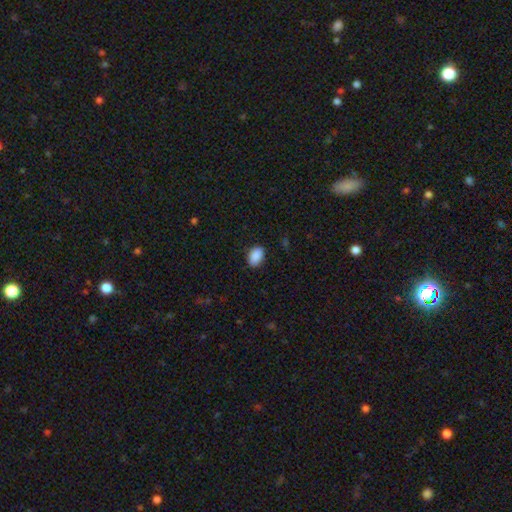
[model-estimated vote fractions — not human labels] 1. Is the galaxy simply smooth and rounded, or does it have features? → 89% smooth, 7% star or artifact, 4% featured or disk.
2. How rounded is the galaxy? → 88% in between, 11% round, 1% cigar-shaped.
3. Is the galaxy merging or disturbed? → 86% none, 11% minor disturbance, 2% major disturbance, 1% merger.